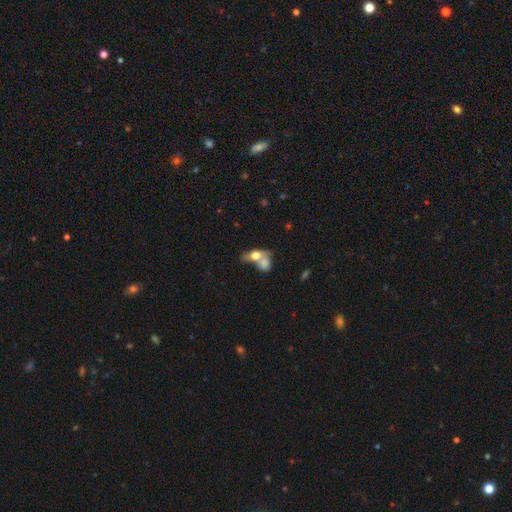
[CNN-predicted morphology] A smooth galaxy with no disk features (66%) that is in between round and cigar-shaped (70%).

Vote fractions:
- Smooth or featured? smooth: 66% / featured or disk: 25% / star or artifact: 9%
- How rounded? in between: 70% / round: 22% / cigar-shaped: 9%
- Merging? merger: 66% / none: 18% / minor disturbance: 8% / major disturbance: 7%